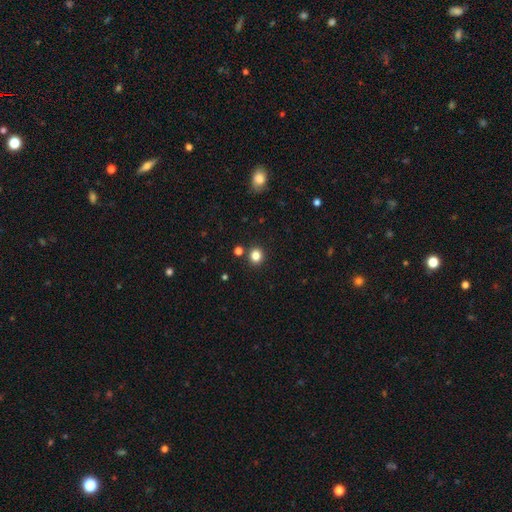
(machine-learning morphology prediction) The model was most divided on "smooth or featured": smooth: 82%, star or artifact: 13%, featured or disk: 5%. More confident: merging — none (87%); how rounded — round (86%).